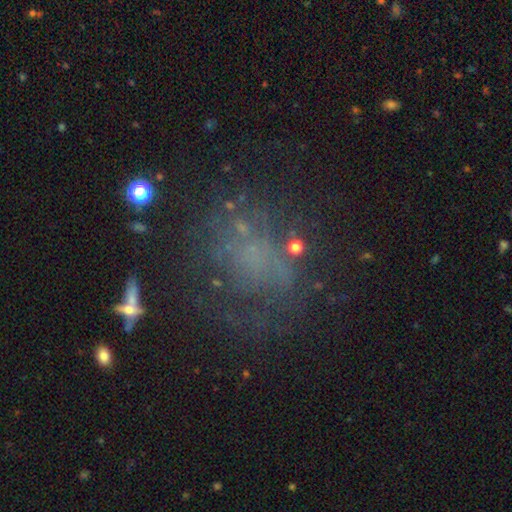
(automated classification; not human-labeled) Smooth or featured? Predicted: smooth (p=0.36). Merging? Predicted: none (p=0.58).